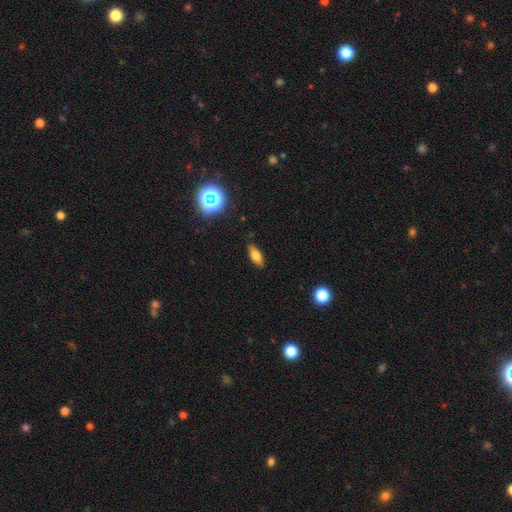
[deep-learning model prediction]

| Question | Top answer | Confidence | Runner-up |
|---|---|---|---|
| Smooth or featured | smooth | 67% | featured or disk (21%) |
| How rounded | in between | 70% | cigar-shaped (26%) |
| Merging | none | 87% | minor disturbance (9%) |